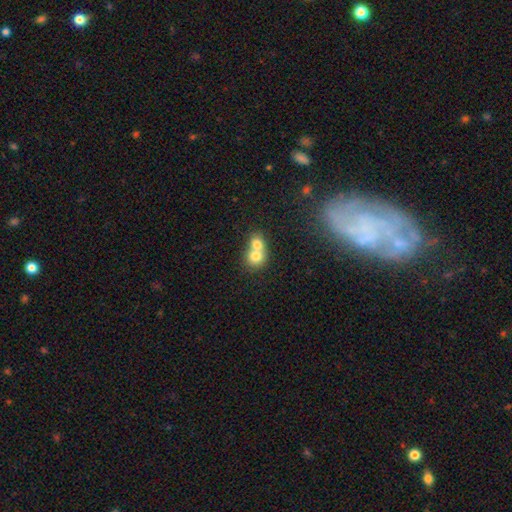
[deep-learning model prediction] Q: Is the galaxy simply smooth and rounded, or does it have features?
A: smooth — 72%.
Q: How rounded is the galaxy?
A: round — 70%.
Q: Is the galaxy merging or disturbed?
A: merger — 72%.